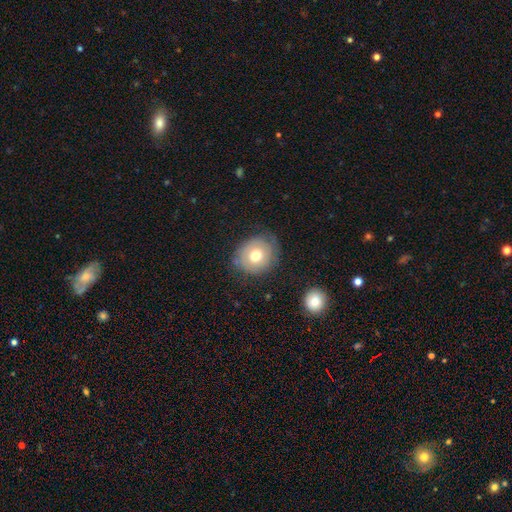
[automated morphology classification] smooth_or_featured: smooth (p=0.65) [alt: featured or disk p=0.26]
how_rounded: round (p=0.77) [alt: in between p=0.22]
merging: none (p=0.71) [alt: minor disturbance p=0.20]